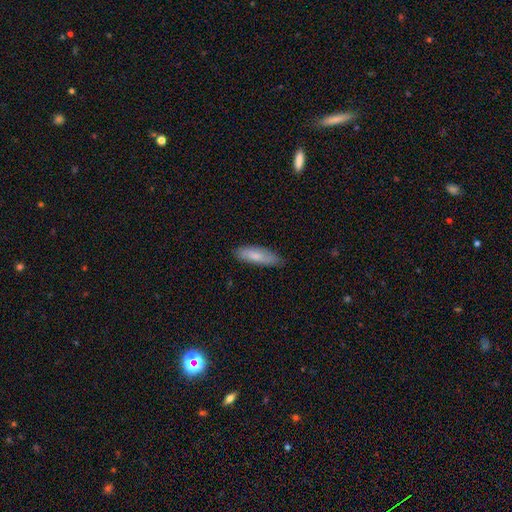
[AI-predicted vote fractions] smooth-or-featured: smooth: 79% | featured or disk: 16% | star or artifact: 6%
  how-rounded: in between: 50% | cigar-shaped: 49% | round: 2%
  merging: none: 78% | minor disturbance: 18% | major disturbance: 3% | merger: 1%